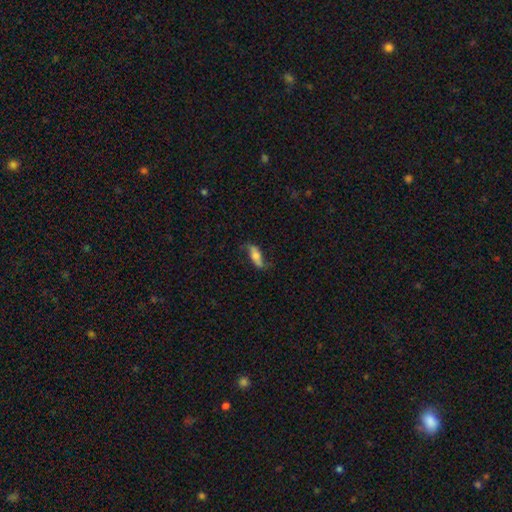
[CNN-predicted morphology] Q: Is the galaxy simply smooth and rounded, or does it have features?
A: smooth — 57%.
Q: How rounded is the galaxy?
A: in between — 67%.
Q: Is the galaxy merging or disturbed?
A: none — 62%.